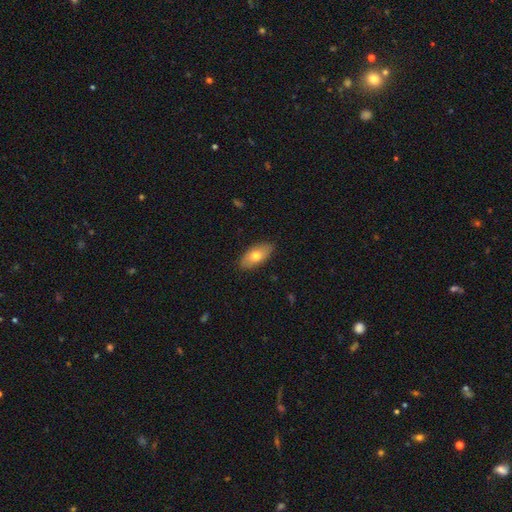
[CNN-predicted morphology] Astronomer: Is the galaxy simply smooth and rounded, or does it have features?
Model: smooth — 70%.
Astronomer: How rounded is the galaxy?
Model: in between — 90%.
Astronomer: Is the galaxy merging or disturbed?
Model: none — 85%.